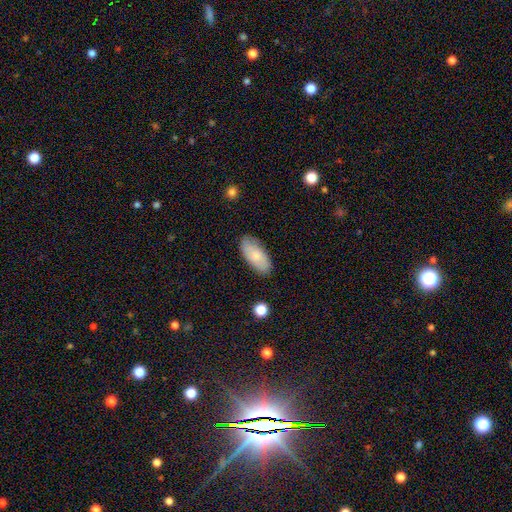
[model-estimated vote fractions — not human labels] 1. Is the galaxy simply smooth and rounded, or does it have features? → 77% smooth, 17% featured or disk, 6% star or artifact.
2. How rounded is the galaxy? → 90% in between, 8% cigar-shaped, 2% round.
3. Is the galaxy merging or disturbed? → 81% none, 15% minor disturbance, 3% major disturbance, 1% merger.